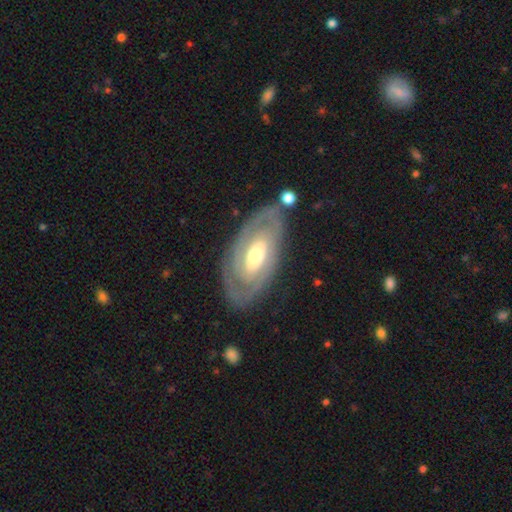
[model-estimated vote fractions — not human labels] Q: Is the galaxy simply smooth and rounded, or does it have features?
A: featured or disk — 79%.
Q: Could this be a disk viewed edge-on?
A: no — 91%.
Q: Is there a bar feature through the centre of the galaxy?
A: no — 55%.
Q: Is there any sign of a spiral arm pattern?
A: yes — 71%.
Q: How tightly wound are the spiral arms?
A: tight — 73%.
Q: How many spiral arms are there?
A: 2 — 47%.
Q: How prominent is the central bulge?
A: moderate — 63%.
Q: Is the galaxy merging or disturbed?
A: none — 79%.